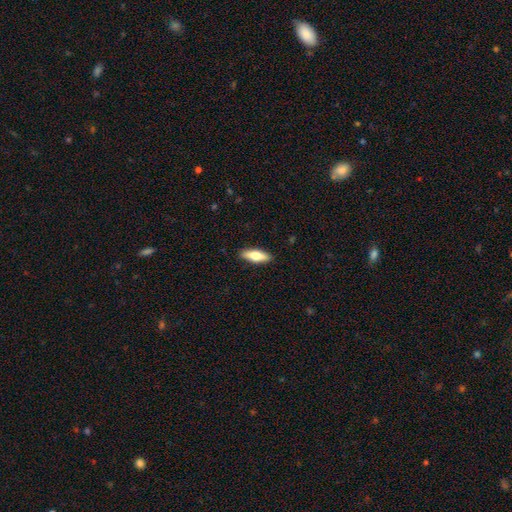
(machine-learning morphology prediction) Smooth or featured? smooth (64%)
How rounded? in between (58%)
Merging? none (89%)